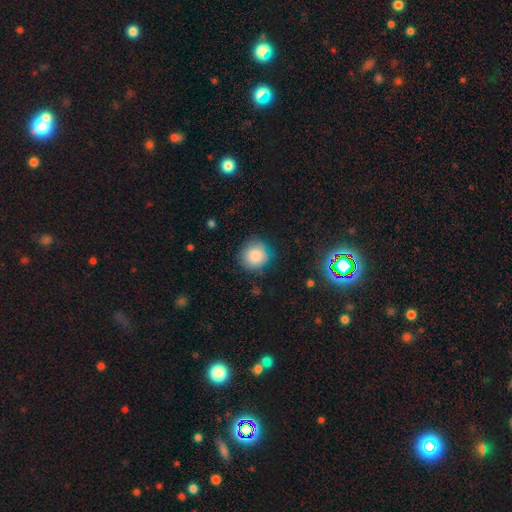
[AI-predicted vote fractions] A smooth galaxy with no disk features (85%) that is round (92%).

Vote fractions:
- Smooth or featured? smooth: 85% / star or artifact: 9% / featured or disk: 7%
- How rounded? round: 92% / in between: 7% / cigar-shaped: 1%
- Merging? none: 81% / minor disturbance: 14% / major disturbance: 4% / merger: 2%